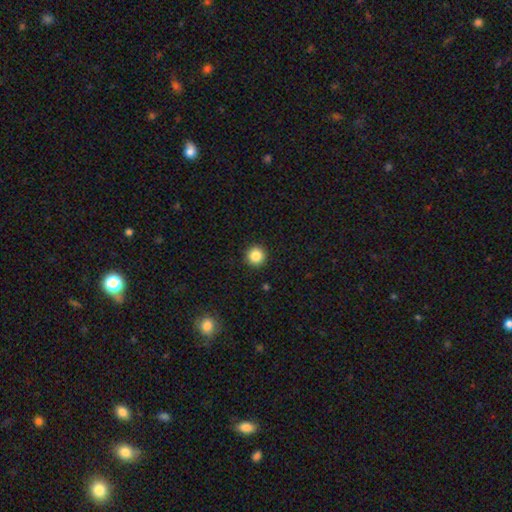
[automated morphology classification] A smooth galaxy with no disk features (86%) that is round (96%). Merging: none (93%).